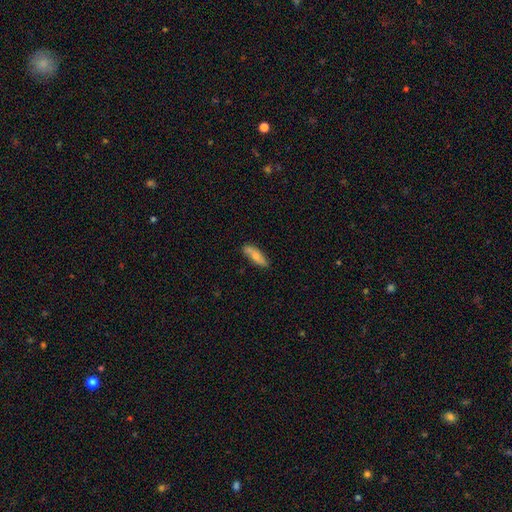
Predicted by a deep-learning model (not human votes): Overall: smooth (60%; featured or disk 34%). How rounded: in between (52%; cigar-shaped 45%). Merging: none (79%).